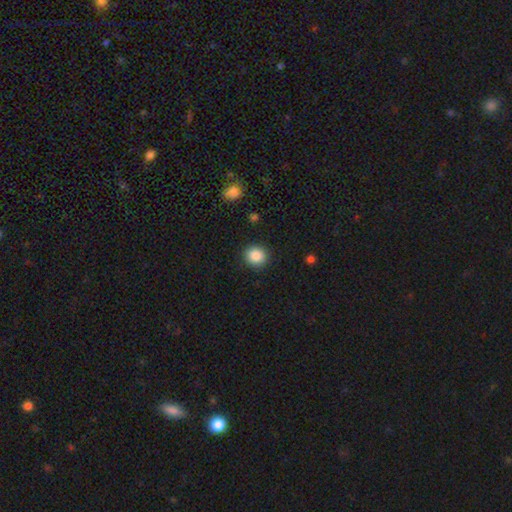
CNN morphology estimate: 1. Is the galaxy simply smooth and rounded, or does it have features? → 87% smooth, 9% star or artifact, 4% featured or disk.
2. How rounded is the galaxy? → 88% round, 11% in between, 1% cigar-shaped.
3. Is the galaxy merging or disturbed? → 91% none, 6% minor disturbance, 2% major disturbance, 1% merger.